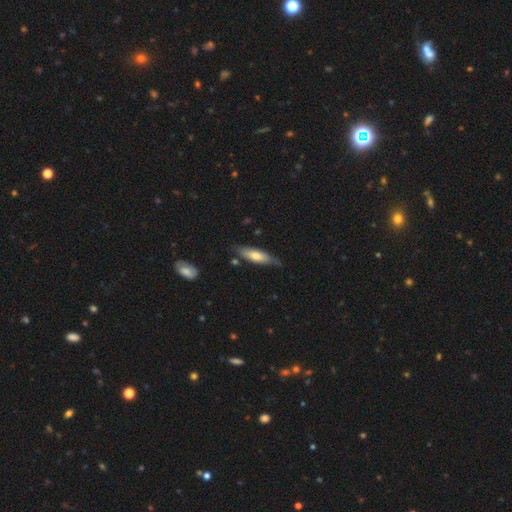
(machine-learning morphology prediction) Smooth or featured? Predicted: smooth (p=0.64). How rounded? Predicted: cigar-shaped (p=0.60). Merging? Predicted: none (p=0.73).